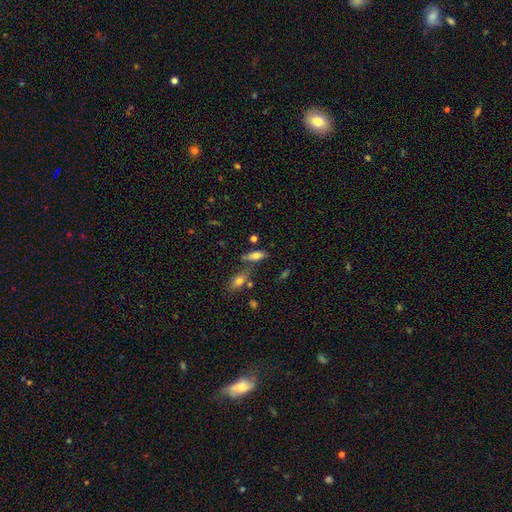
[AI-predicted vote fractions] A smooth galaxy with no disk features (73%) that is in between round and cigar-shaped (69%).

Vote fractions:
- Smooth or featured? smooth: 73% / featured or disk: 16% / star or artifact: 11%
- How rounded? in between: 69% / cigar-shaped: 28% / round: 3%
- Merging? none: 60% / merger: 18% / minor disturbance: 17% / major disturbance: 6%